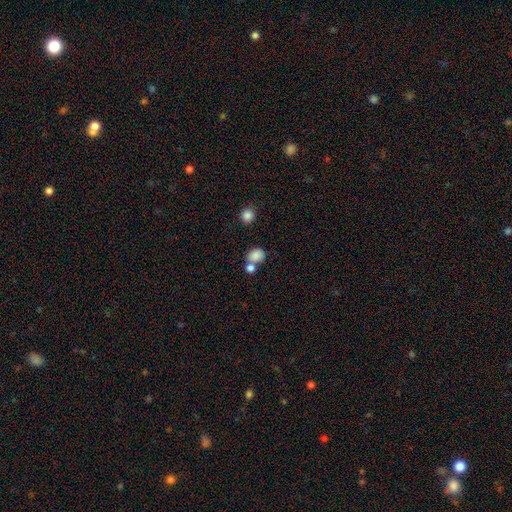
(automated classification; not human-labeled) smooth 83%, star or artifact 10%, featured or disk 7%. Down the decision tree: how rounded — round (57%); merging — none (48%).